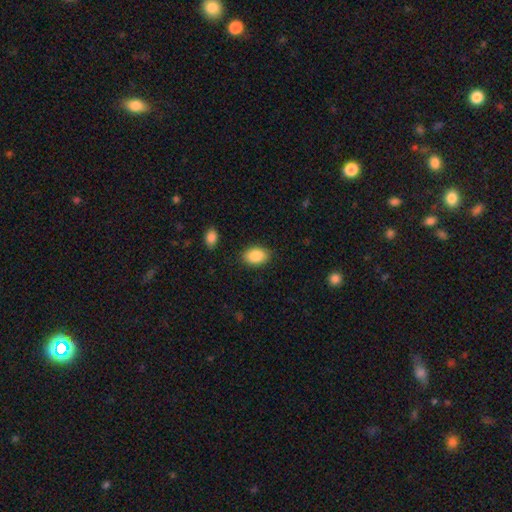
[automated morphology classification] smooth 88%, star or artifact 7%, featured or disk 5%. Down the decision tree: how rounded — in between (87%); merging — none (85%).